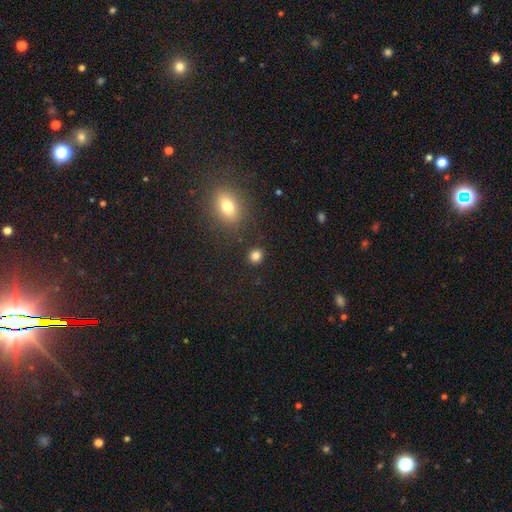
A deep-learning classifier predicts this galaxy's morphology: smooth-or-featured: smooth: 83% | star or artifact: 12% | featured or disk: 5%
  how-rounded: round: 79% | in between: 20% | cigar-shaped: 1%
  merging: none: 88% | minor disturbance: 7% | merger: 3% | major disturbance: 2%